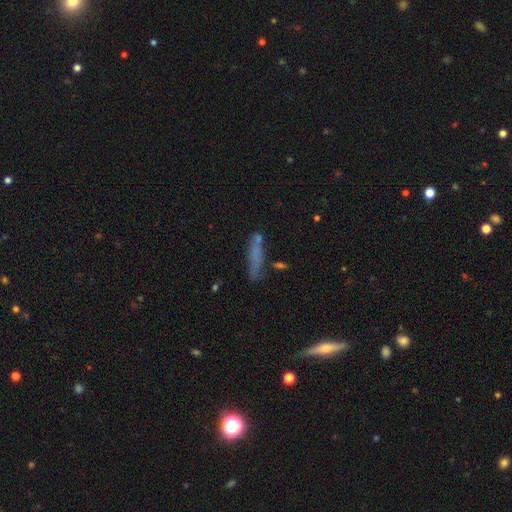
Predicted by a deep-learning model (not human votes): Q: Smooth or featured?
A: smooth (65%); runner-up: featured or disk (24%)
Q: How rounded?
A: cigar-shaped (86%); runner-up: in between (12%)
Q: Merging?
A: none (69%); runner-up: minor disturbance (18%)